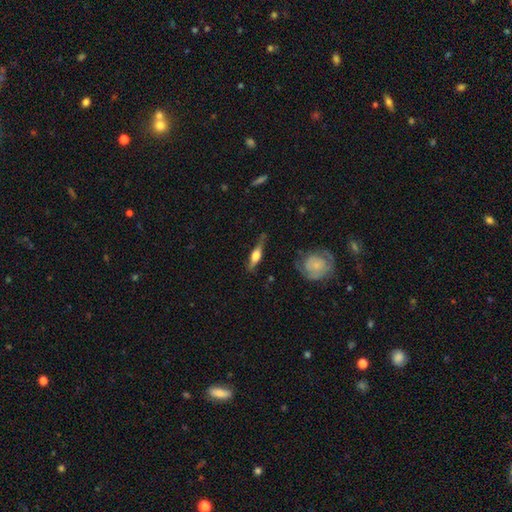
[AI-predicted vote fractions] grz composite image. It shows a featured or disk galaxy (59%) viewed edge-on (92%) with a rounded central bulge (88%). Merging: none (74%).